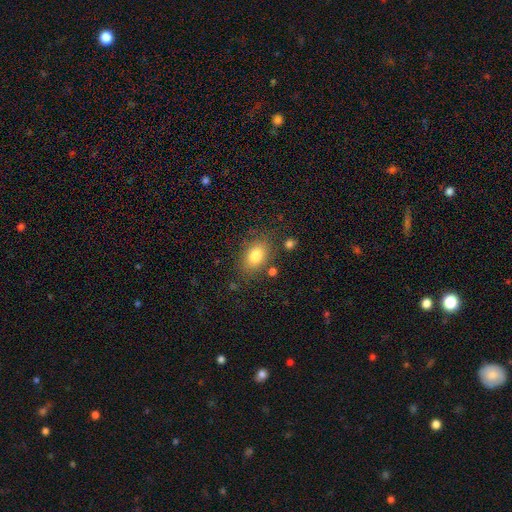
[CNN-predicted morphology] This appears to be a smooth galaxy with no disk features (79%) that is in between round and cigar-shaped (81%). Merging: none (79%).